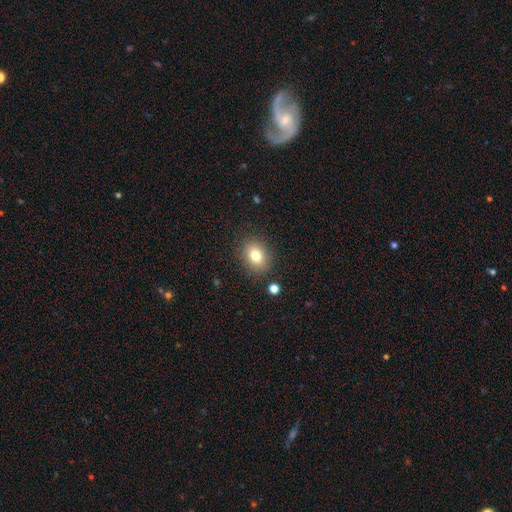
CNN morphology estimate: A smooth galaxy with no disk features (79%) that is in between round and cigar-shaped (53%). Merging: none (86%).